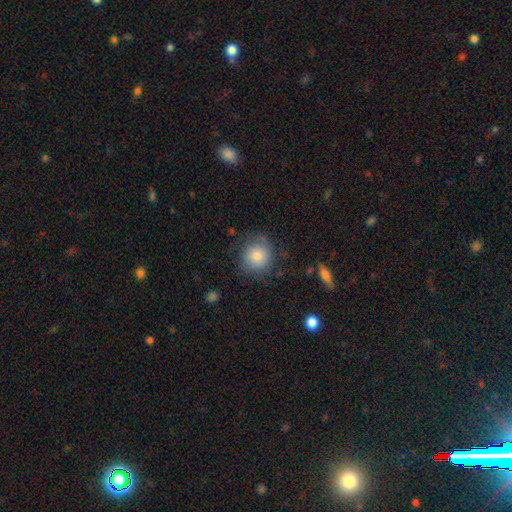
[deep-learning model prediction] smooth-or-featured: smooth: 77% | featured or disk: 15% | star or artifact: 9%
  how-rounded: round: 88% | in between: 11% | cigar-shaped: 1%
  merging: none: 72% | minor disturbance: 19% | major disturbance: 7% | merger: 2%